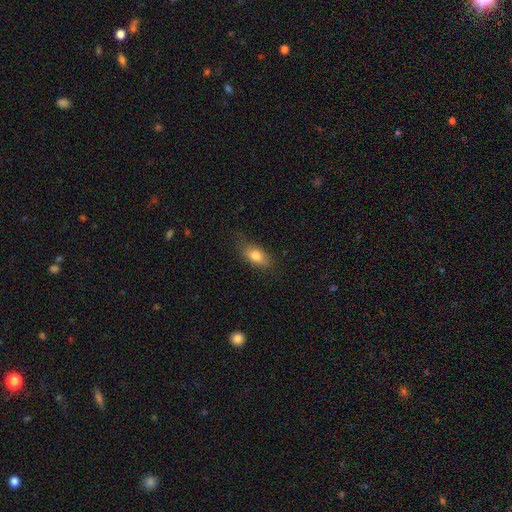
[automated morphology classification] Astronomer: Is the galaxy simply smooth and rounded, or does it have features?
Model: smooth — 78%.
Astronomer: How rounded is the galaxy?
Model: in between — 83%.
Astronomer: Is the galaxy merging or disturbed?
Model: none — 73%.